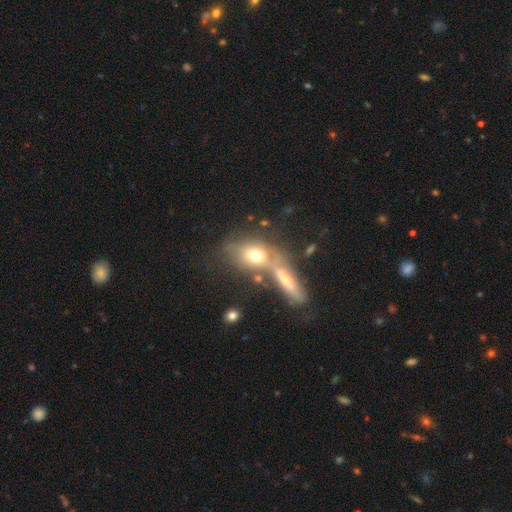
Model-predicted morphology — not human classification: Overall: smooth (58%; featured or disk 31%). How rounded: in between (67%). Merging: merger (44%; none 37%).